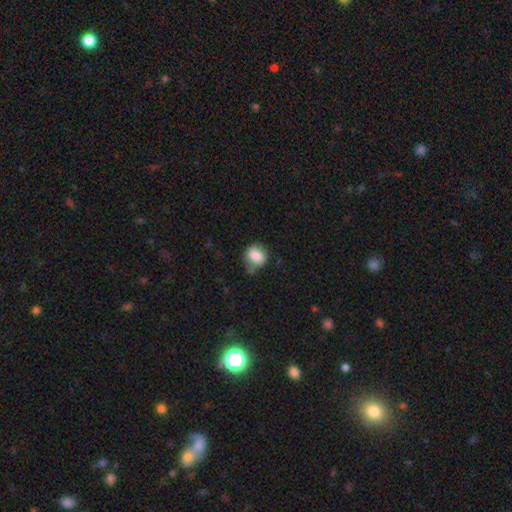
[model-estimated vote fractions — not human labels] smooth-or-featured: smooth: 79% | featured or disk: 13% | star or artifact: 8%
  how-rounded: round: 60% | in between: 39% | cigar-shaped: 1%
  merging: none: 61% | minor disturbance: 26% | major disturbance: 8% | merger: 5%